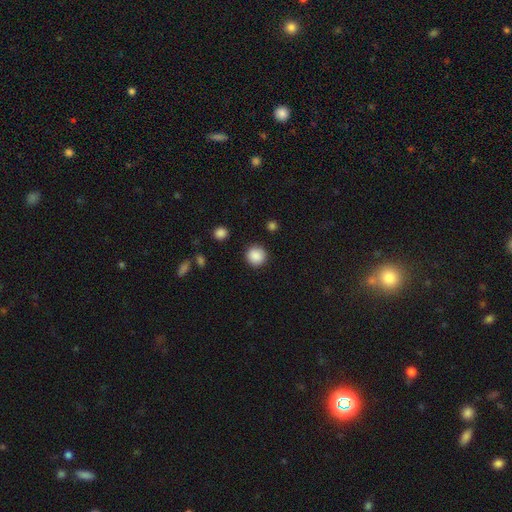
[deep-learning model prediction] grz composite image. It shows a smooth galaxy with no disk features (88%) that is round (93%). Merging: none (91%).